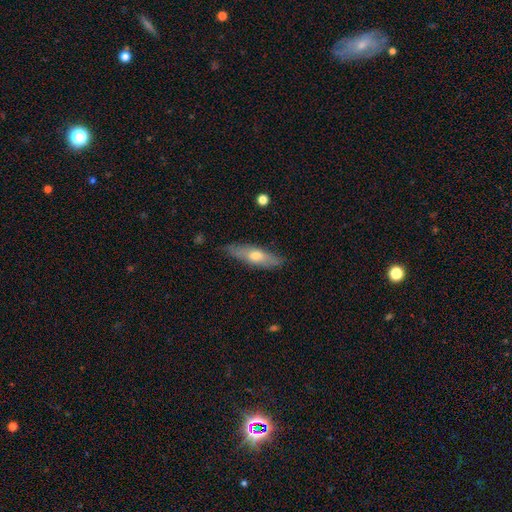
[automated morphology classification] Smooth or featured?
  - featured or disk: 47% *
  - smooth: 46%
  - star or artifact: 7%
Merging?
  - none: 84% *
  - minor disturbance: 13%
  - major disturbance: 2%
  - merger: 1%